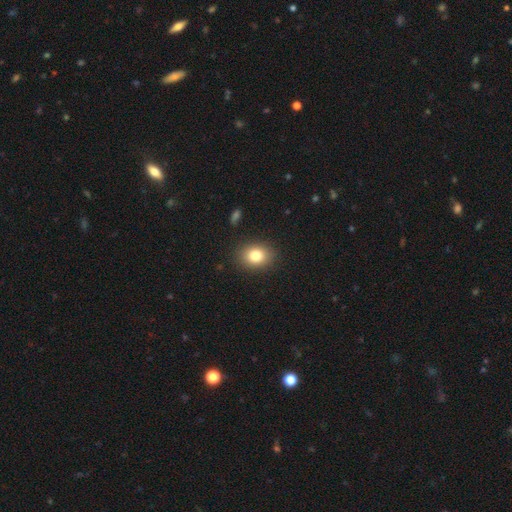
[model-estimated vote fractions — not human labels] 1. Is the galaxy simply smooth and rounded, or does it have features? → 80% smooth, 10% star or artifact, 9% featured or disk.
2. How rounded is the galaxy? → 52% in between, 47% round, 1% cigar-shaped.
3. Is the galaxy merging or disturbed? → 88% none, 8% minor disturbance, 3% major disturbance, 1% merger.